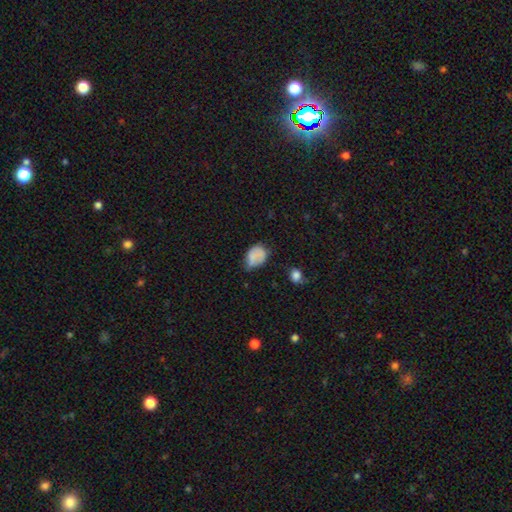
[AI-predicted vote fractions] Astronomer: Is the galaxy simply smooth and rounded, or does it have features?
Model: smooth — 76%.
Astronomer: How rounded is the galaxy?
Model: in between — 73%.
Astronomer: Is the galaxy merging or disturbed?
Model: minor disturbance — 42% (runner-up: none, 39%).